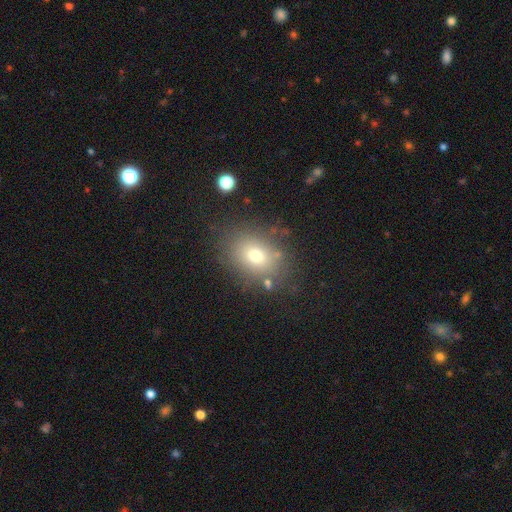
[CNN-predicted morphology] This is likely a smooth galaxy (71%). How rounded: possibly in between (59%). Merging: likely none (79%).